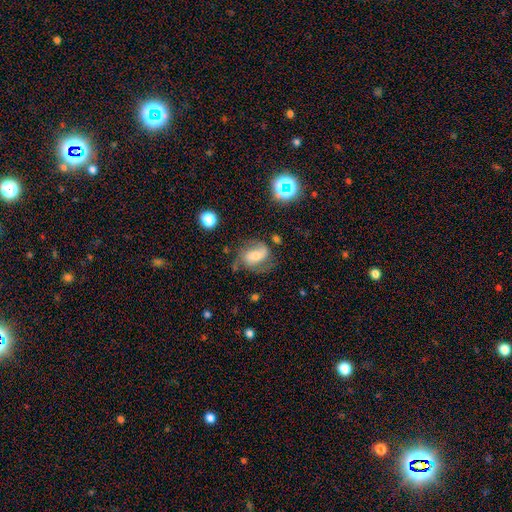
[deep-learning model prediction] Smooth or featured? featured or disk (59%)
Edge-on disk? no (96%)
Bar? weak (39%)
Spiral arms? yes (86%)
Bulge size? moderate (53%)
Merging? none (56%)